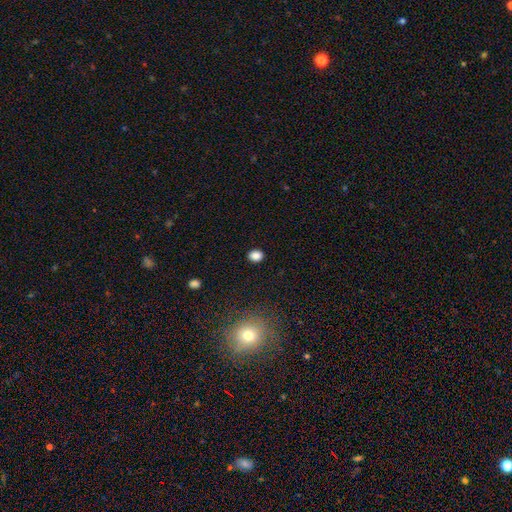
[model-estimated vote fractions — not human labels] Q: Smooth or featured?
A: smooth (86%); runner-up: star or artifact (11%)
Q: How rounded?
A: in between (50%); runner-up: round (49%)
Q: Merging?
A: none (90%); runner-up: minor disturbance (7%)